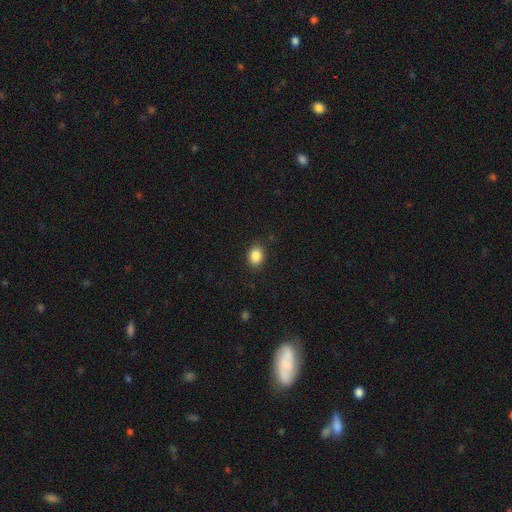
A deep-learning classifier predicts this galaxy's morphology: type=smooth (87%); roundness=in between (64%); merging=none (87%).